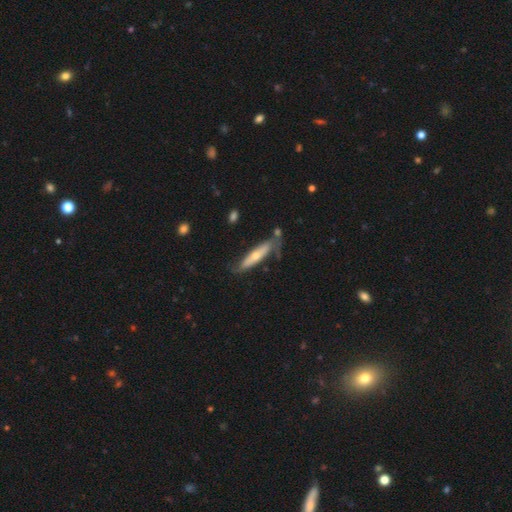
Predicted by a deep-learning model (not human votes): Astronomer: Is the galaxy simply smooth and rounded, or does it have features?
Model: featured or disk — 47%, tied with smooth at 47%.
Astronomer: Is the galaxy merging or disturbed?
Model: none — 59%.